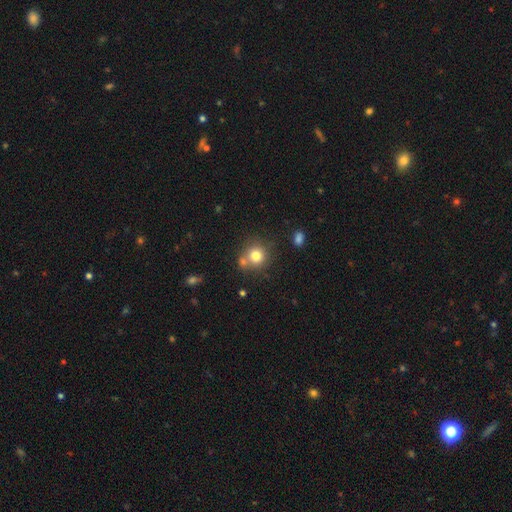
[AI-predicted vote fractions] This is likely a smooth galaxy (78%). How rounded: clearly round (88%). Merging: likely none (63%).